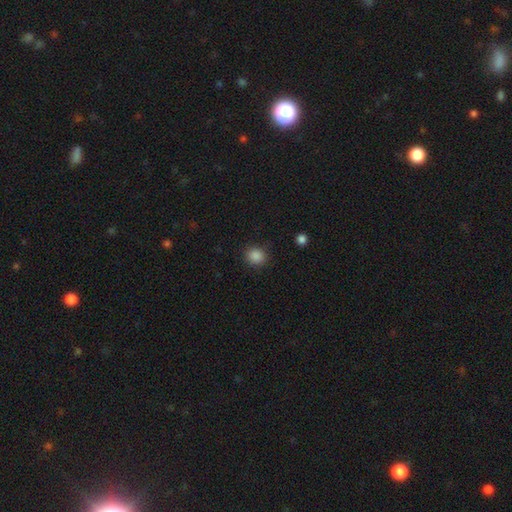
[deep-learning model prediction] Smooth or featured?
  - smooth: 87% *
  - star or artifact: 10%
  - featured or disk: 3%
How rounded?
  - round: 81% *
  - in between: 18%
  - cigar-shaped: 1%
Merging?
  - none: 88% *
  - minor disturbance: 8%
  - major disturbance: 3%
  - merger: 1%